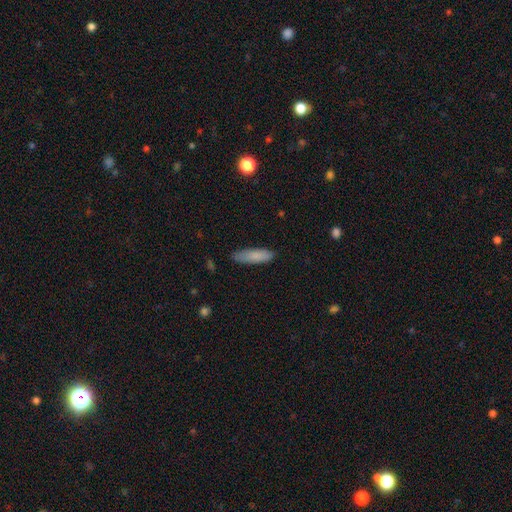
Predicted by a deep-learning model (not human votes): A smooth galaxy with no disk features (84%) that is cigar-shaped (65%).

Vote fractions:
- Smooth or featured? smooth: 84% / featured or disk: 10% / star or artifact: 6%
- How rounded? cigar-shaped: 65% / in between: 34% / round: 1%
- Merging? none: 82% / minor disturbance: 14% / major disturbance: 2% / merger: 1%